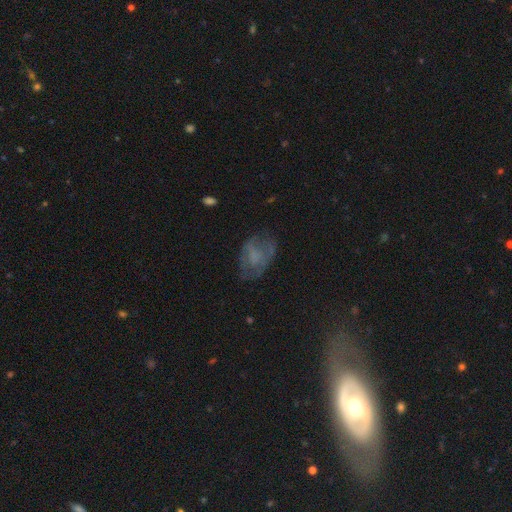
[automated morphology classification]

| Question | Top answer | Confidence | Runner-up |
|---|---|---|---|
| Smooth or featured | featured or disk | 44% | smooth (42%) |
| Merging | none | 55% | minor disturbance (23%) |